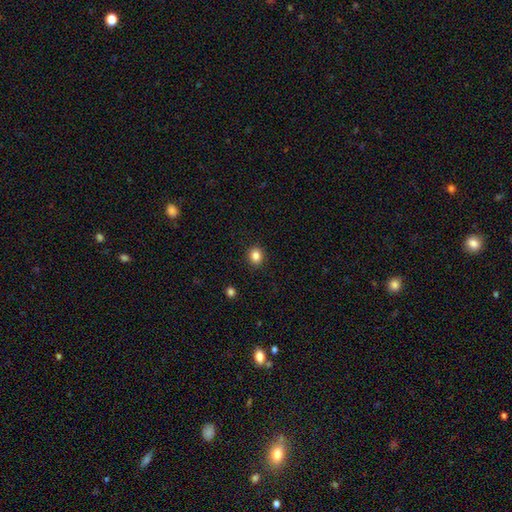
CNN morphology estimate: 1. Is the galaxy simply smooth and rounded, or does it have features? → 85% smooth, 11% star or artifact, 5% featured or disk.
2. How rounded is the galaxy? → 75% round, 24% in between, 1% cigar-shaped.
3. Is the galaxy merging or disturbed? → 91% none, 6% minor disturbance, 2% major disturbance, 1% merger.